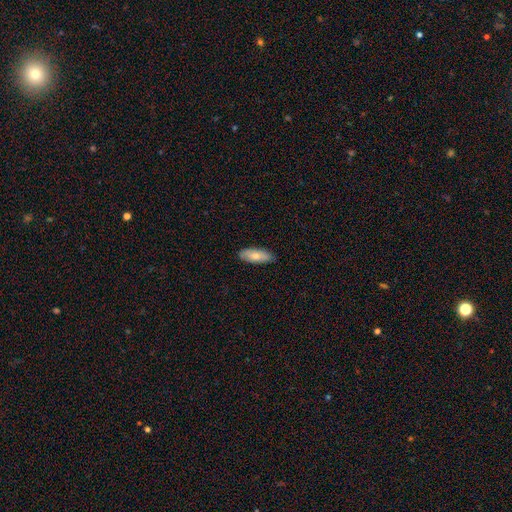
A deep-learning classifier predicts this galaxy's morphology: smooth 74%, featured or disk 21%, star or artifact 6%. Down the decision tree: how rounded — in between (74%); merging — none (85%).